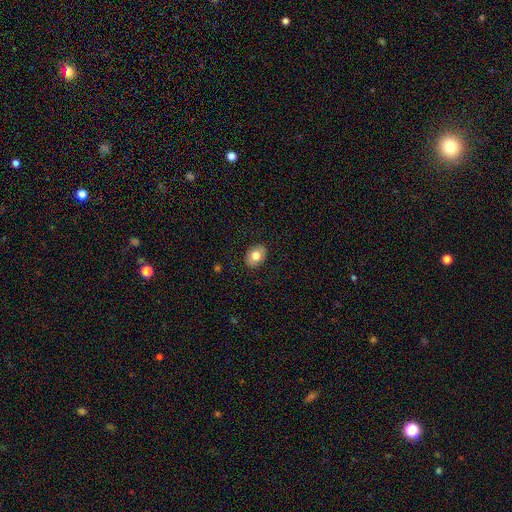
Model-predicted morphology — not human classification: smooth-or-featured: smooth: 76% | featured or disk: 16% | star or artifact: 8%
  how-rounded: in between: 73% | round: 26% | cigar-shaped: 1%
  merging: none: 87% | minor disturbance: 10% | major disturbance: 2% | merger: 1%